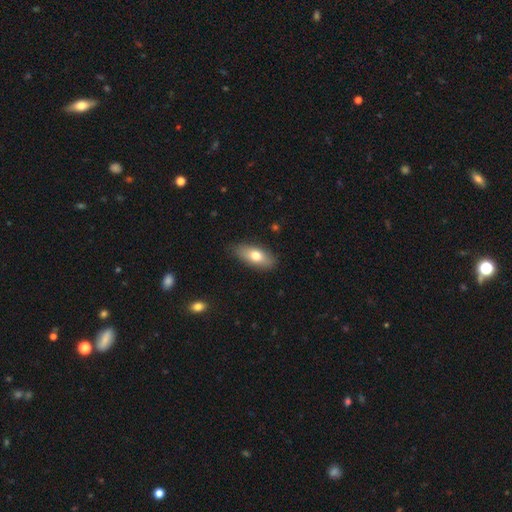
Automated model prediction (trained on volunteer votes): This is likely a smooth galaxy (71%). How rounded: likely in between (79%). Merging: clearly none (84%).